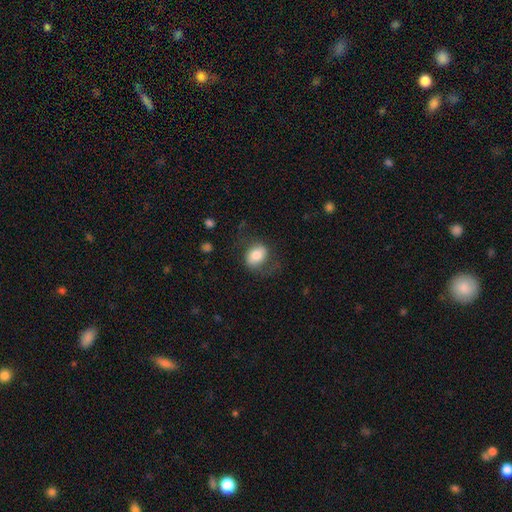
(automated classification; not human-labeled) This appears to be a smooth galaxy with no disk features (68%) that is in between round and cigar-shaped (64%). Merging: none (61%).